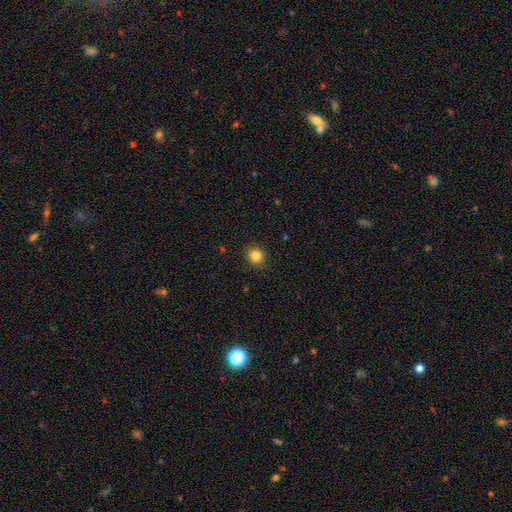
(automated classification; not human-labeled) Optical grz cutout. It shows a smooth galaxy with no disk features (84%) that is round (88%). Merging: none (90%).